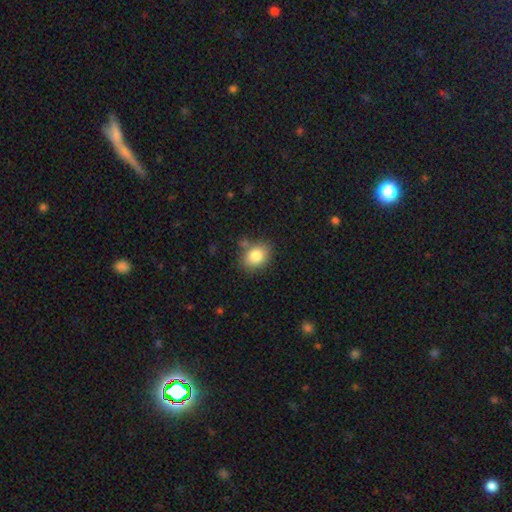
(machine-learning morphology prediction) smooth 84%, star or artifact 9%, featured or disk 7%. Down the decision tree: how rounded — in between (60%); merging — none (77%).